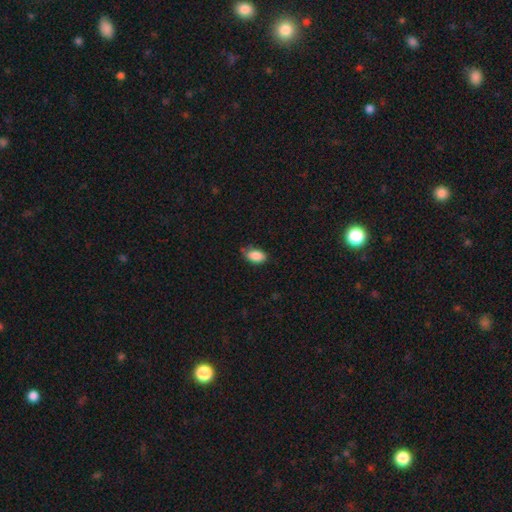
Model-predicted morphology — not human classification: Smooth or featured? Predicted: smooth (p=0.87). How rounded? Predicted: in between (p=0.92). Merging? Predicted: none (p=0.69).